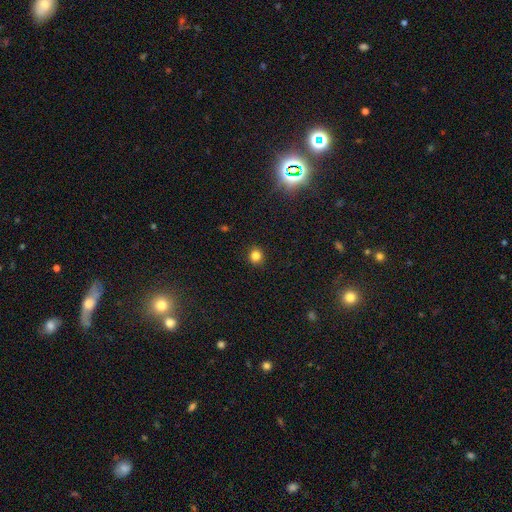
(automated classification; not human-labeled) The model was most divided on "smooth or featured": smooth: 82%, star or artifact: 13%, featured or disk: 5%. More confident: merging — none (91%); how rounded — round (87%).